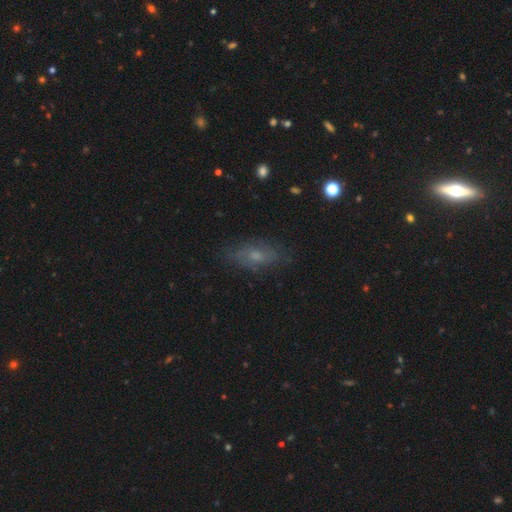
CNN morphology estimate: A smooth galaxy with no disk features (49%). Merging: none (76%).